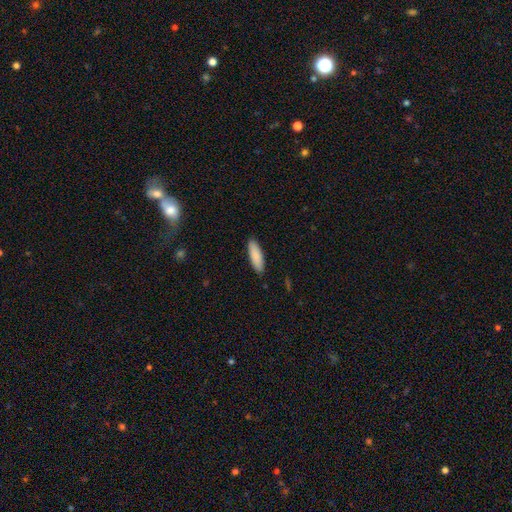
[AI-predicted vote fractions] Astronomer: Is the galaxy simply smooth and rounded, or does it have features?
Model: smooth — 88%.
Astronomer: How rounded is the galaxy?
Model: cigar-shaped — 50% (runner-up: in between, 48%).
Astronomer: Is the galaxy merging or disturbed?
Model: none — 89%.